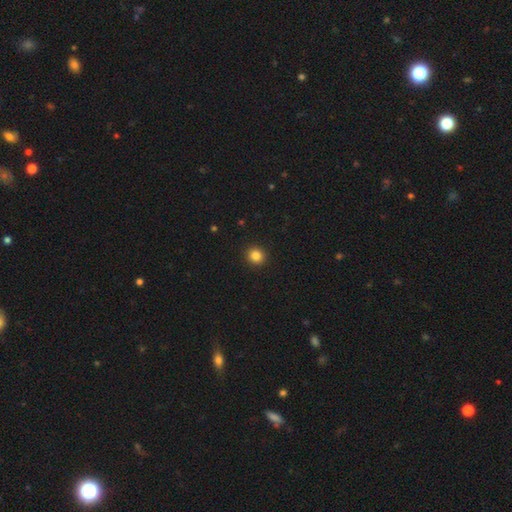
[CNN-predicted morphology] Overall: smooth (85%). How rounded: round (90%). Merging: none (93%).